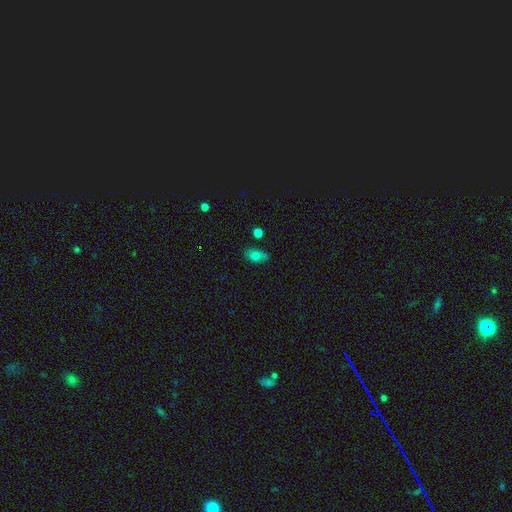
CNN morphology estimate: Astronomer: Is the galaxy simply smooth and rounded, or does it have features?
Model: smooth — 74%.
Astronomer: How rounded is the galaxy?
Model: in between — 86%.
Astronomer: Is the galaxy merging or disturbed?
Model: none — 76%.